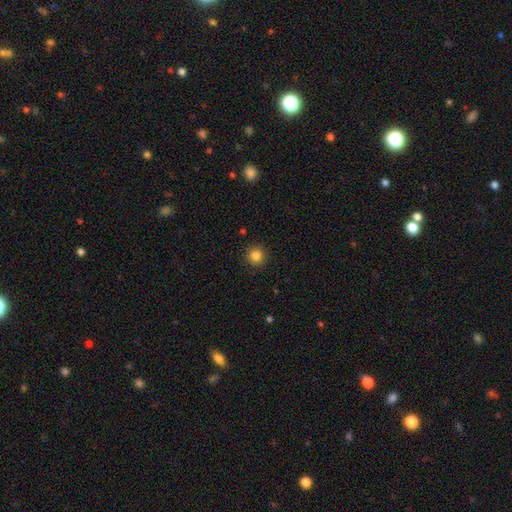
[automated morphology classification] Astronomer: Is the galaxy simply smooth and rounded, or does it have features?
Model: smooth — 84%.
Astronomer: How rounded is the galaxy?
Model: round — 94%.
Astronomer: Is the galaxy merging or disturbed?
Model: none — 91%.